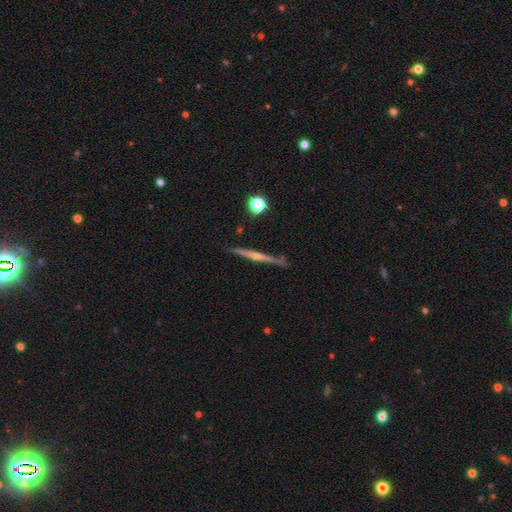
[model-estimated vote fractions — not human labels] Smooth or featured: featured or disk — 78% (smooth — 16%)
Edge-on disk: yes — 98% (no — 2%)
Edge-on bulge: rounded — 72% (none — 20%)
Merging: none — 88% (minor disturbance — 8%)